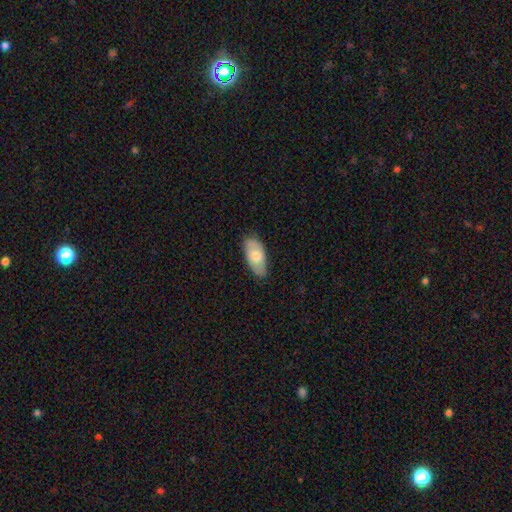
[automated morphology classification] Smooth or featured: smooth — 69% (featured or disk — 25%)
How rounded: in between — 91% (cigar-shaped — 6%)
Merging: none — 76% (minor disturbance — 19%)